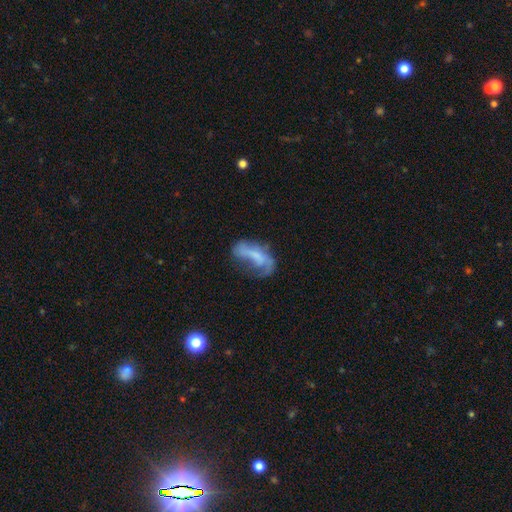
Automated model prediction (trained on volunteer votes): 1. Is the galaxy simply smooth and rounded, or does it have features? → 53% featured or disk, 37% smooth, 10% star or artifact.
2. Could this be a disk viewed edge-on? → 93% no, 7% yes.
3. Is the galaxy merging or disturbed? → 42% major disturbance, 29% none, 24% minor disturbance, 6% merger.